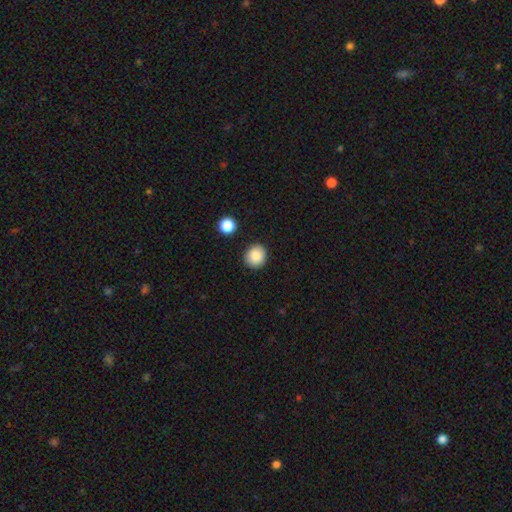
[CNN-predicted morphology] Overall: smooth (87%). How rounded: round (87%). Merging: none (89%).